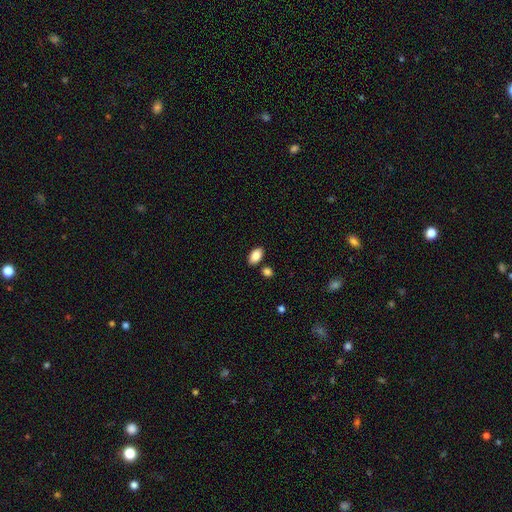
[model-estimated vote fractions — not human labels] Smooth or featured?
  - smooth: 88% *
  - star or artifact: 7%
  - featured or disk: 5%
How rounded?
  - in between: 93% *
  - round: 5%
  - cigar-shaped: 2%
Merging?
  - none: 83% *
  - minor disturbance: 9%
  - merger: 6%
  - major disturbance: 2%